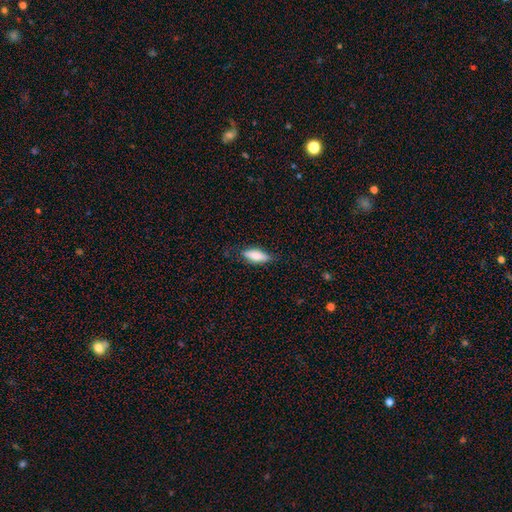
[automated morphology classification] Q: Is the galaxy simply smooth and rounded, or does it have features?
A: smooth — 78%.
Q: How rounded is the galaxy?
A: in between — 65%.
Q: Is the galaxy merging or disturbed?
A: none — 76%.